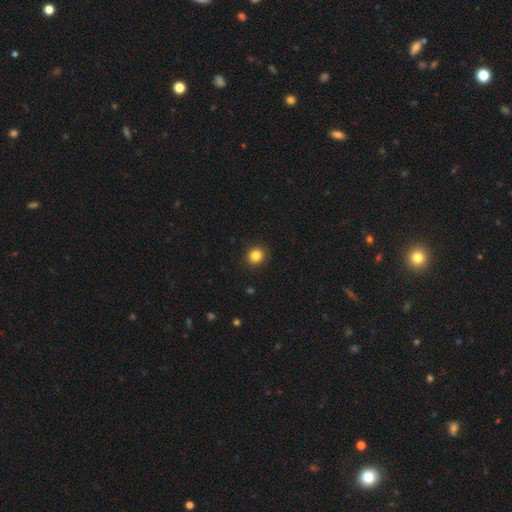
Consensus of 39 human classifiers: Smooth or featured? 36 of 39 (92%) said smooth. How rounded? 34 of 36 (94%) said round. Merging? 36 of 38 (95%) said none.